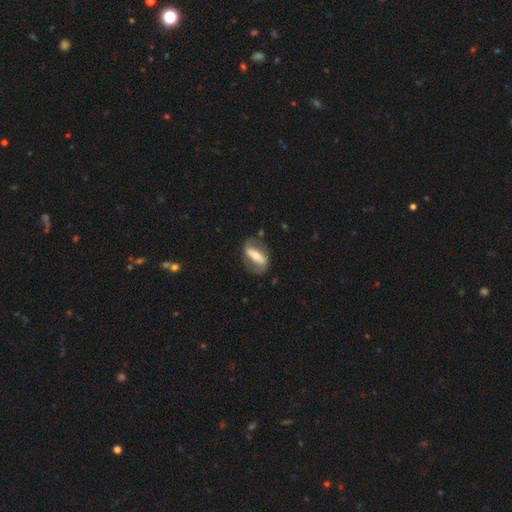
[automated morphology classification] This is likely a featured or disk galaxy (71%). It is clearly not viewed edge-on (83%). Bar: likely strong (72%). Spiral arm pattern: likely yes (65%). Central bulge: possibly moderate (53%). Merging: likely none (69%).